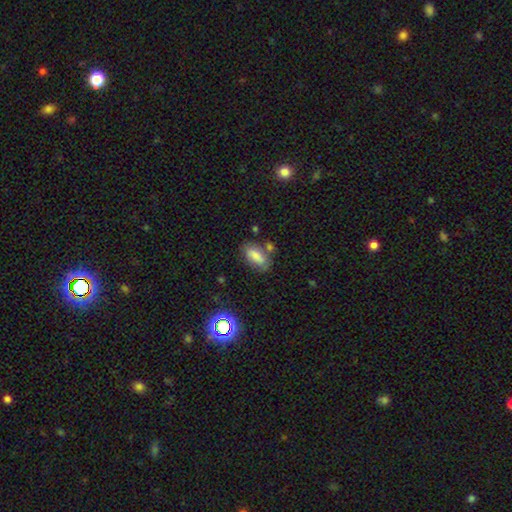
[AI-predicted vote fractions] Smooth or featured: smooth — 78% (featured or disk — 12%)
How rounded: in between — 85% (cigar-shaped — 11%)
Merging: none — 66% (minor disturbance — 19%)